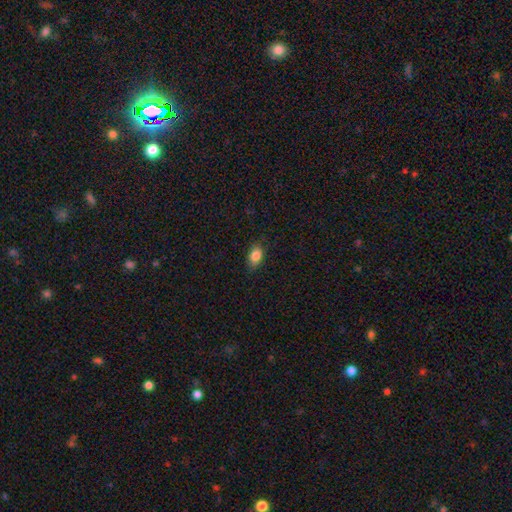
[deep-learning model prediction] smooth-or-featured: smooth: 84% | star or artifact: 9% | featured or disk: 7%
  how-rounded: in between: 83% | round: 15% | cigar-shaped: 2%
  merging: none: 83% | minor disturbance: 13% | major disturbance: 2% | merger: 1%